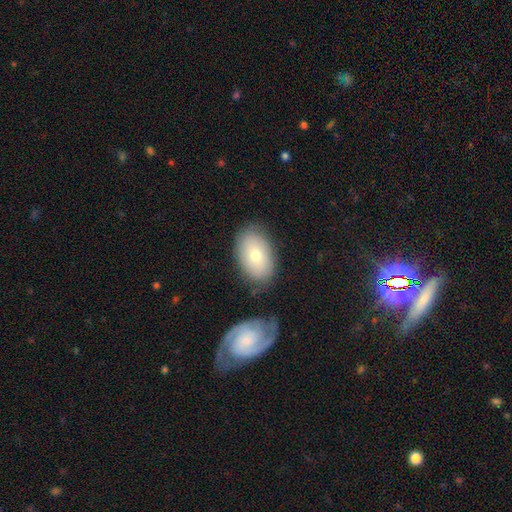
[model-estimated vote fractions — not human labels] Smooth or featured? Predicted: smooth (p=0.59). How rounded? Predicted: in between (p=0.90). Merging? Predicted: none (p=0.74).